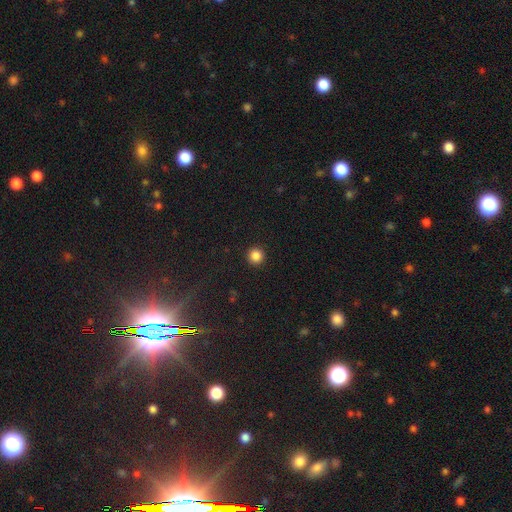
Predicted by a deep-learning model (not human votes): Smooth or featured? smooth (85%)
How rounded? round (96%)
Merging? none (93%)